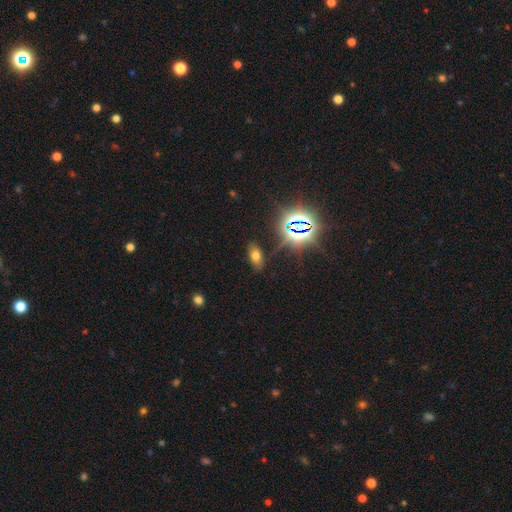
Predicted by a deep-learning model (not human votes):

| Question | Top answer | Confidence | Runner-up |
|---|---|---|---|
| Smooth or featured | smooth | 57% | star or artifact (32%) |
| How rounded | in between | 88% | round (7%) |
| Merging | none | 84% | minor disturbance (10%) |